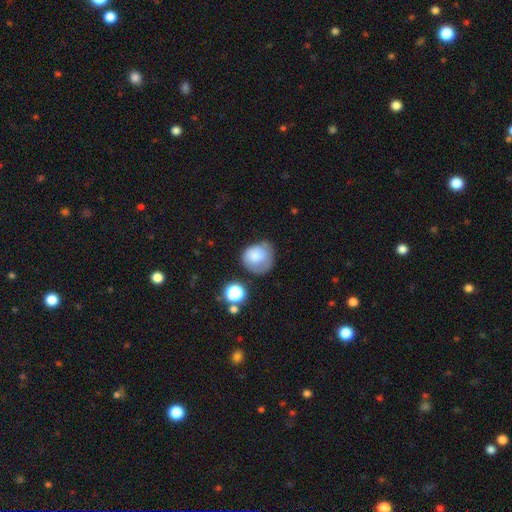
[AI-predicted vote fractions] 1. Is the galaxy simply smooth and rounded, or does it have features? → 75% smooth, 14% featured or disk, 10% star or artifact.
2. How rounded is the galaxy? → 72% round, 27% in between, 1% cigar-shaped.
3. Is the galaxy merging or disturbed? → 44% none, 33% minor disturbance, 18% major disturbance, 5% merger.